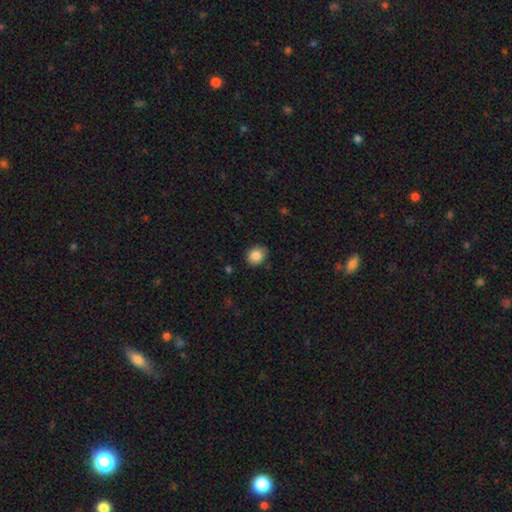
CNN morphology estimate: A smooth galaxy with no disk features (85%) that is round (72%). Merging: none (82%).